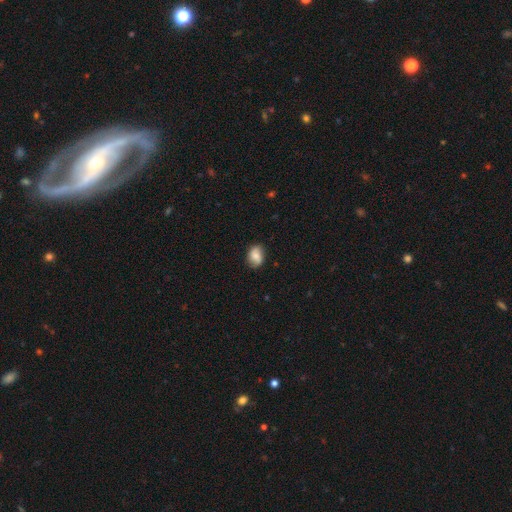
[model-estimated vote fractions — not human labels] Smooth or featured: smooth — 71% (featured or disk — 20%)
How rounded: in between — 68% (round — 30%)
Merging: none — 78% (minor disturbance — 17%)